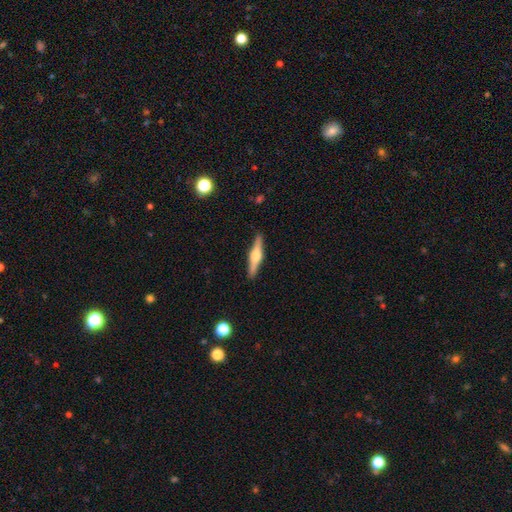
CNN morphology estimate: This is likely a featured or disk galaxy (72%). It is clearly viewed edge-on (98%). Edge-on bulge: clearly rounded (92%). Merging: clearly none (91%).